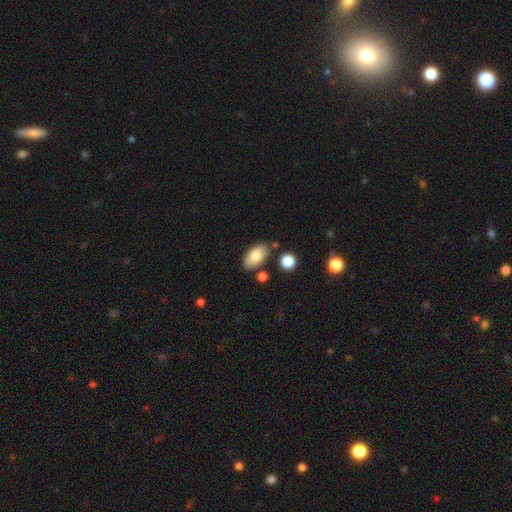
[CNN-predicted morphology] Smooth or featured: smooth — 79% (featured or disk — 14%)
How rounded: in between — 93% (round — 4%)
Merging: none — 80% (minor disturbance — 11%)